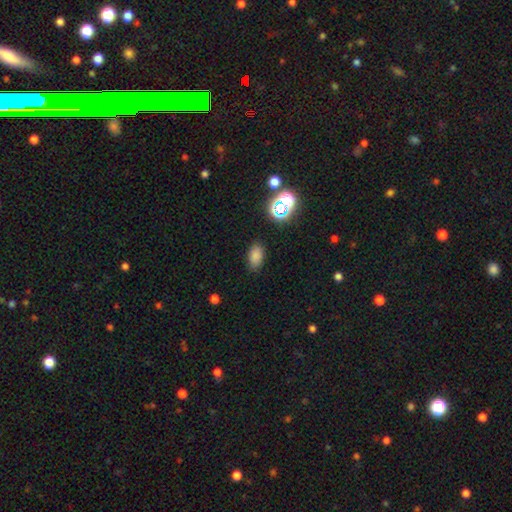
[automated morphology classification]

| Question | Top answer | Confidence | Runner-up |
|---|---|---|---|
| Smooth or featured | smooth | 78% | star or artifact (16%) |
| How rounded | in between | 90% | round (8%) |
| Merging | none | 85% | minor disturbance (10%) |